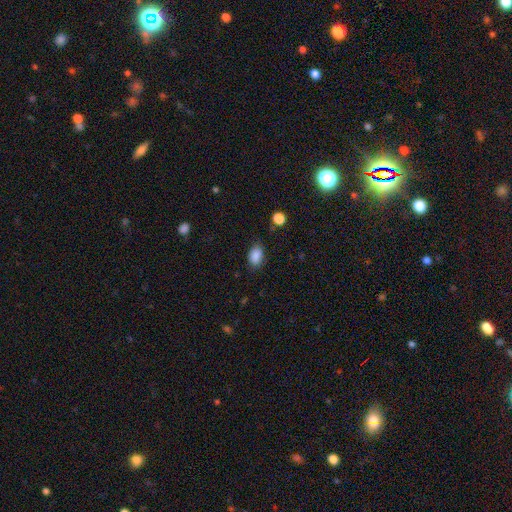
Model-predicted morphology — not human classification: This appears to be a smooth galaxy with no disk features (87%) that is in between round and cigar-shaped (81%). Merging: none (77%).